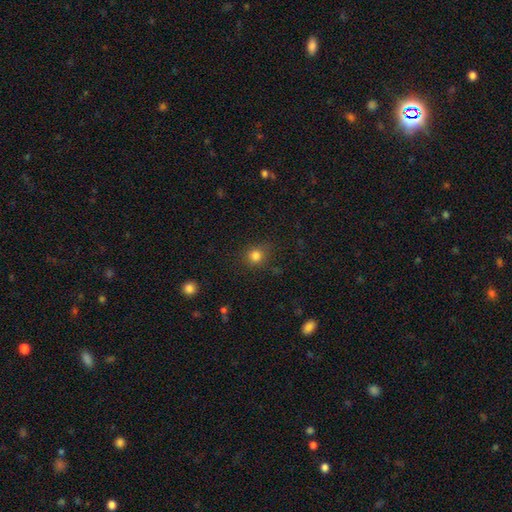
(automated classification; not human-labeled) Overall: smooth (82%). How rounded: round (85%). Merging: none (81%).